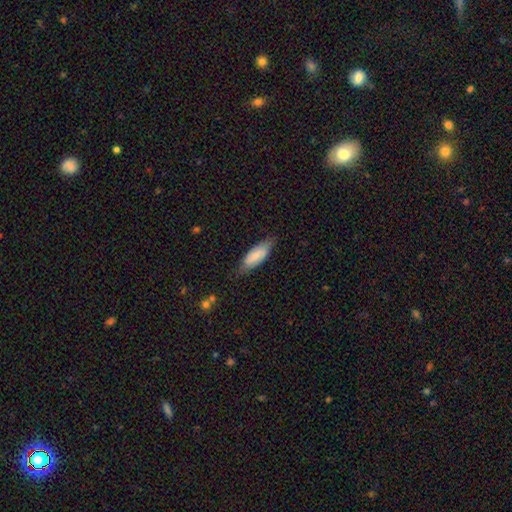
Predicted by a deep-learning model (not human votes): This is likely a smooth galaxy (77%). How rounded: likely in between (73%). Merging: likely none (71%).